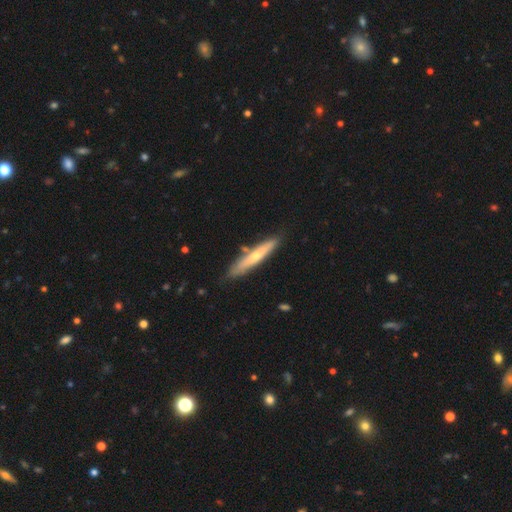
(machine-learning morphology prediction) This appears to be a smooth galaxy with no disk features (48%). Merging: none (82%).